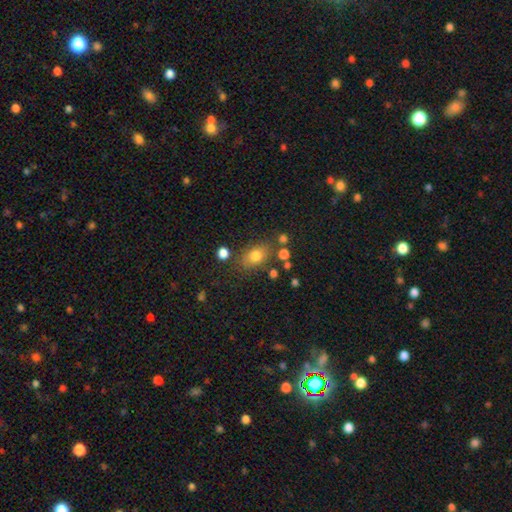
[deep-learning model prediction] Q: Smooth or featured?
A: smooth (77%); runner-up: star or artifact (12%)
Q: How rounded?
A: in between (74%); runner-up: round (24%)
Q: Merging?
A: none (72%); runner-up: minor disturbance (15%)